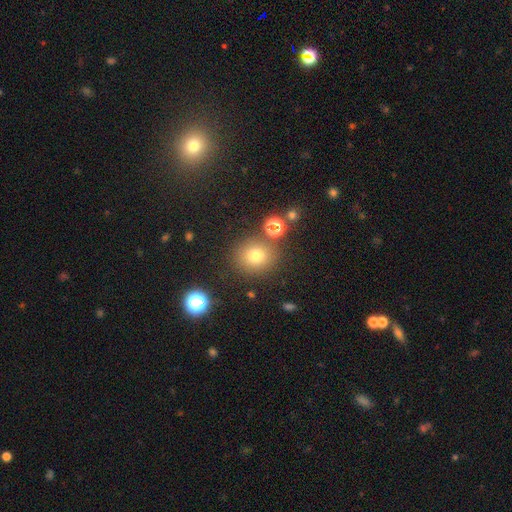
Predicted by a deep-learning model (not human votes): This is likely a smooth galaxy (75%). How rounded: clearly round (82%). Merging: clearly none (80%).